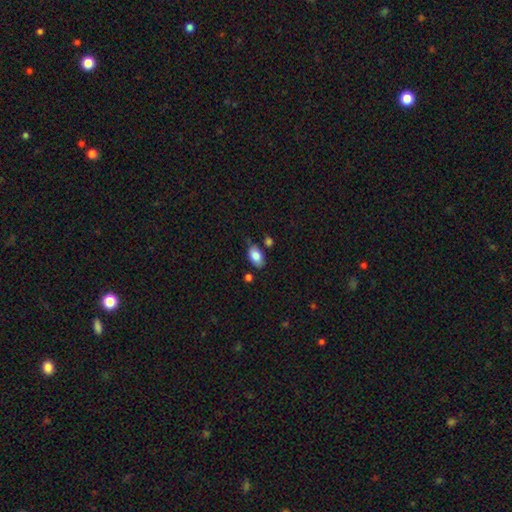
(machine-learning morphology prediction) Overall: smooth (83%). How rounded: in between (91%). Merging: none (74%).